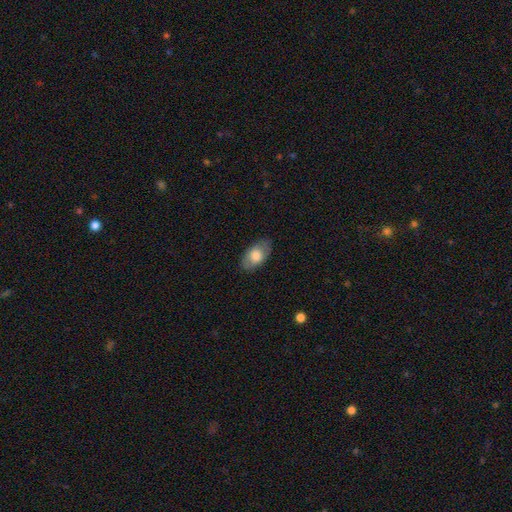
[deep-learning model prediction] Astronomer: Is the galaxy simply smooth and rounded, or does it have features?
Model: smooth — 71%.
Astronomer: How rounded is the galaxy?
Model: in between — 92%.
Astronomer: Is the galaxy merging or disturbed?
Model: none — 81%.